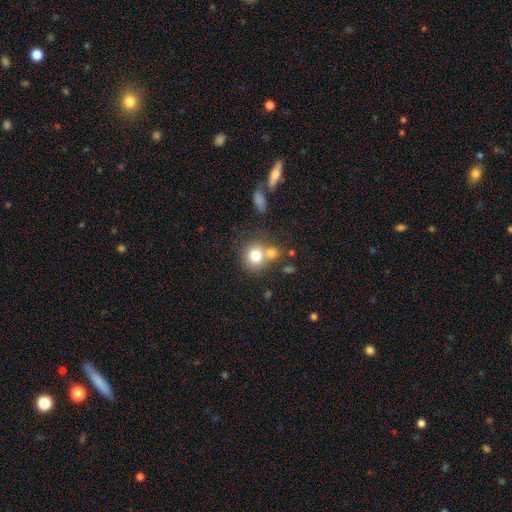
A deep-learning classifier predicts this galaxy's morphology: Smooth or featured? Predicted: smooth (p=0.76). How rounded? Predicted: round (p=0.83). Merging? Predicted: none (p=0.47).